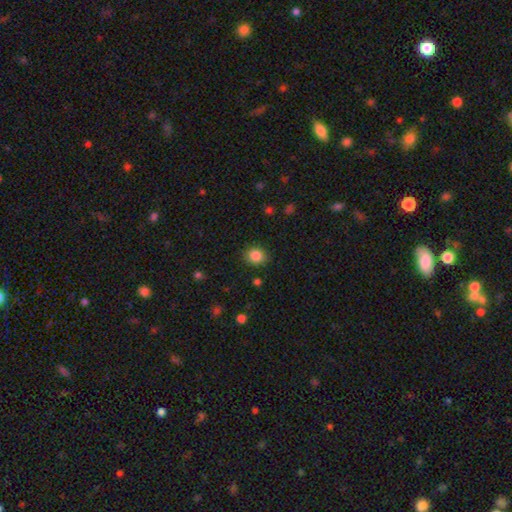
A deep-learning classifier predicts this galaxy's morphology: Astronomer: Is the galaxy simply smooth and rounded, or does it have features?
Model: smooth — 85%.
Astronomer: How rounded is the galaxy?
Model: round — 75%.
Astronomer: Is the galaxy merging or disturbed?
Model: none — 87%.